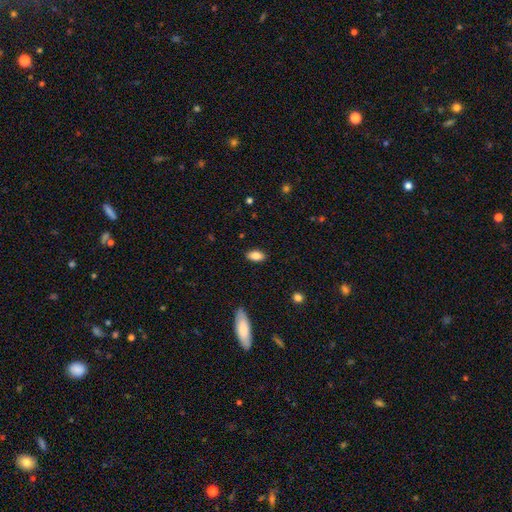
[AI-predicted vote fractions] smooth_or_featured: smooth (p=0.85) [alt: featured or disk p=0.08]
how_rounded: in between (p=0.91) [alt: cigar-shaped p=0.05]
merging: none (p=0.87) [alt: minor disturbance p=0.10]